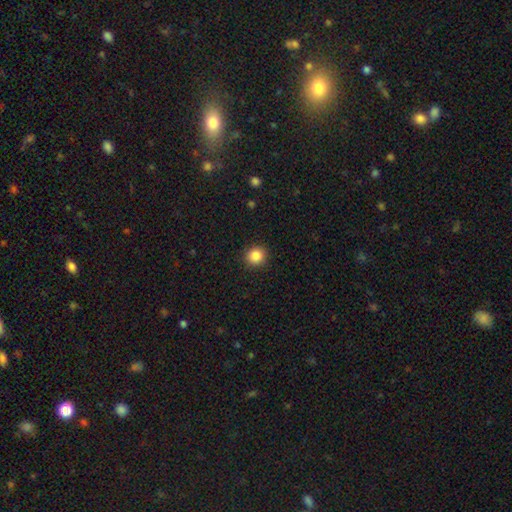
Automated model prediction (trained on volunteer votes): The model was most divided on "smooth or featured": smooth: 86%, star or artifact: 10%, featured or disk: 4%. More confident: merging — none (91%); how rounded — round (89%).